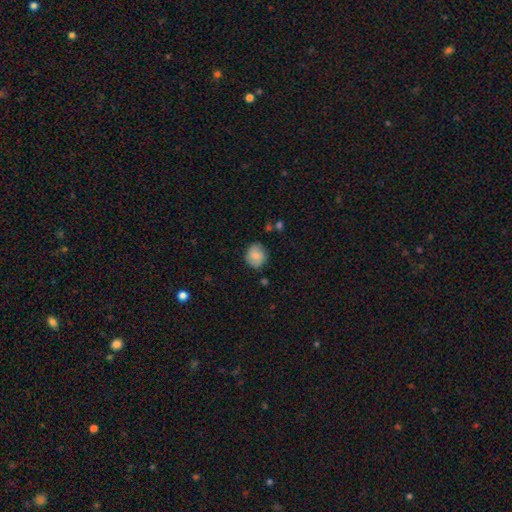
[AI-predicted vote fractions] Smooth or featured?
  - smooth: 78% *
  - featured or disk: 14%
  - star or artifact: 8%
How rounded?
  - round: 72% *
  - in between: 27%
  - cigar-shaped: 1%
Merging?
  - none: 78% *
  - minor disturbance: 16%
  - major disturbance: 4%
  - merger: 2%